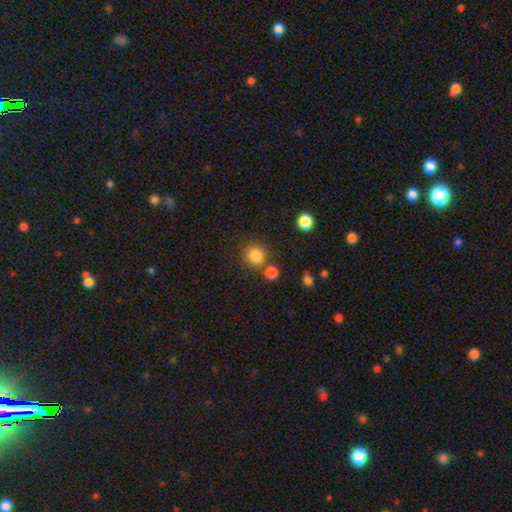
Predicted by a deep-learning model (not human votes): This appears to be a smooth galaxy with no disk features (83%) that is round (86%). Merging: none (72%).